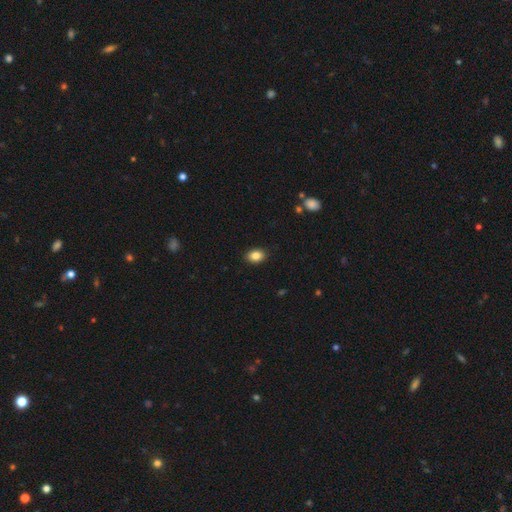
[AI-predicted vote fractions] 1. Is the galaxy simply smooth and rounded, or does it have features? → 85% smooth, 9% star or artifact, 6% featured or disk.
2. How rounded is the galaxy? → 77% in between, 22% round, 1% cigar-shaped.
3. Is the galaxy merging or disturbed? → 89% none, 8% minor disturbance, 2% major disturbance, 1% merger.